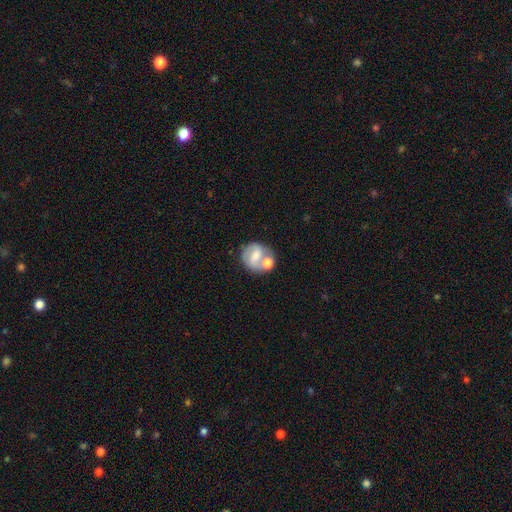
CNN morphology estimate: smooth_or_featured: featured or disk (p=0.51) [alt: smooth p=0.42]
disk_edge_on: no (p=0.97) [alt: yes p=0.03]
merging: none (p=0.40) [alt: merger p=0.39]